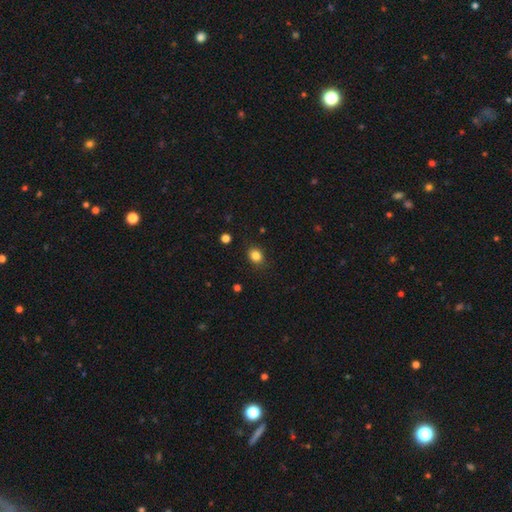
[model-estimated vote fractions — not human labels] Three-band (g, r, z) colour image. It shows a smooth galaxy with no disk features (84%) that is round (56%). Merging: none (86%).